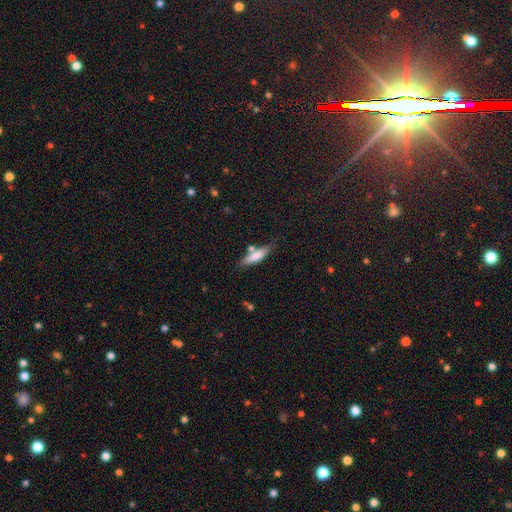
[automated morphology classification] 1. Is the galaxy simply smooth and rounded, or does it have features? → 77% smooth, 17% featured or disk, 7% star or artifact.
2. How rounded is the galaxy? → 70% cigar-shaped, 28% in between, 2% round.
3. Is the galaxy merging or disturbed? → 70% none, 15% minor disturbance, 11% merger, 4% major disturbance.